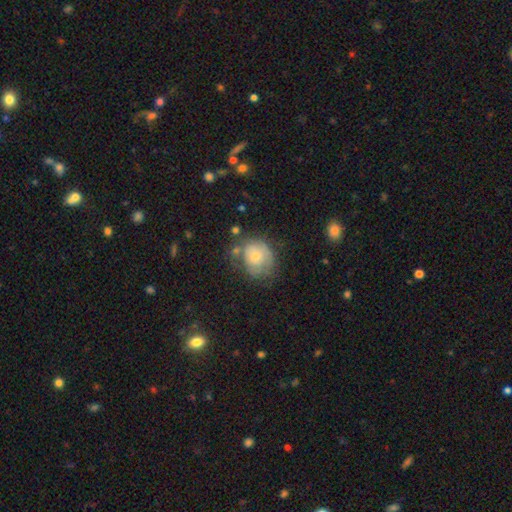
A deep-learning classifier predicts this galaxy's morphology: smooth-or-featured: smooth: 57% | featured or disk: 34% | star or artifact: 8%
  how-rounded: round: 67% | in between: 32% | cigar-shaped: 1%
  merging: none: 44% | minor disturbance: 29% | major disturbance: 18% | merger: 8%